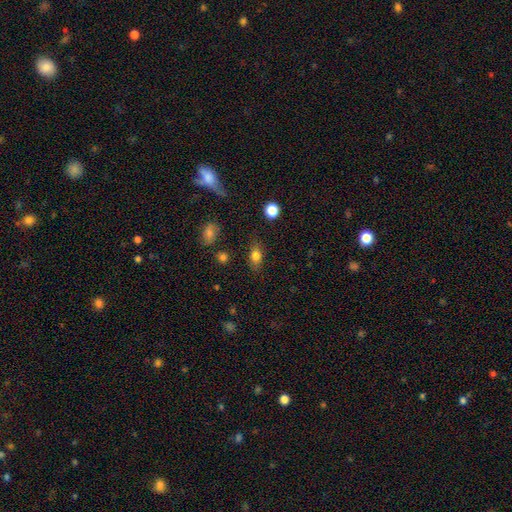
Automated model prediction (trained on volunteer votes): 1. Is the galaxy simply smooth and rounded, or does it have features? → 80% smooth, 10% star or artifact, 10% featured or disk.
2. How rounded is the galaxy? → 78% in between, 17% round, 5% cigar-shaped.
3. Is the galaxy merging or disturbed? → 81% none, 13% minor disturbance, 3% major disturbance, 2% merger.